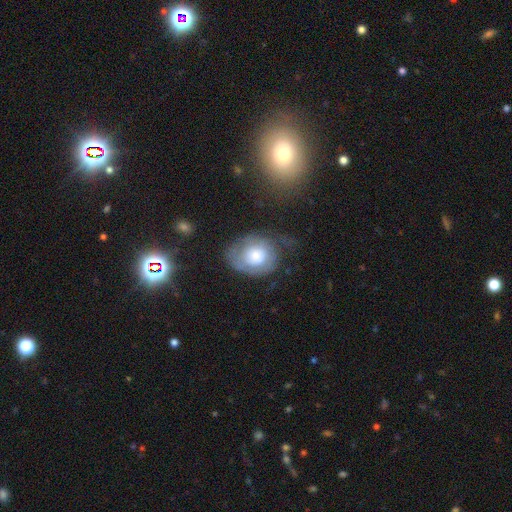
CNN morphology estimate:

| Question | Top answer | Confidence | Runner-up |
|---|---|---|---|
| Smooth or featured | smooth | 50% | featured or disk (42%) |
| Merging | none | 44% | minor disturbance (28%) |